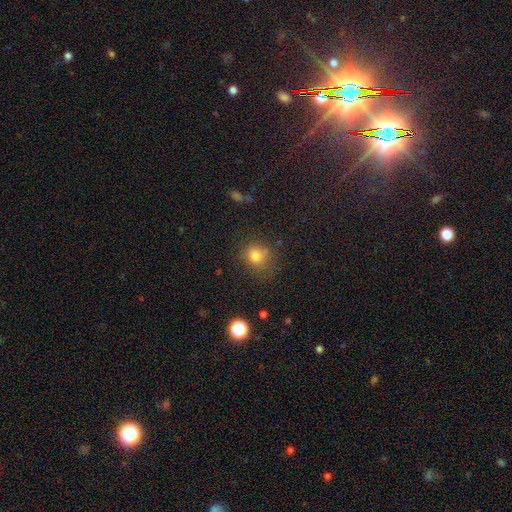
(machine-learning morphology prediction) This appears to be a smooth galaxy with no disk features (78%) that is round (81%). Merging: none (74%).